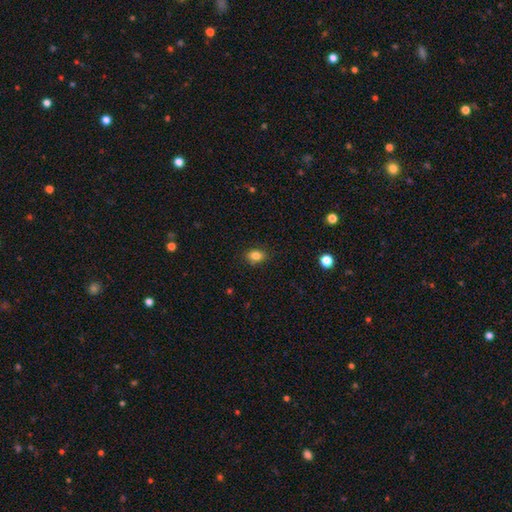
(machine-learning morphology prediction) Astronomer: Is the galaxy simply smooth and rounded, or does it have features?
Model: smooth — 83%.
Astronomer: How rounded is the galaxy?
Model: in between — 72%.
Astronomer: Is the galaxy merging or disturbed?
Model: none — 87%.